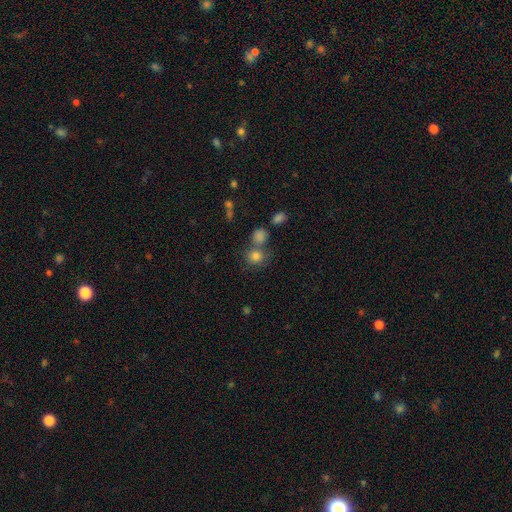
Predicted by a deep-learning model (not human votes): The model was most divided on "merging": none: 60%, merger: 25%, minor disturbance: 10%, major disturbance: 5%. More confident: how rounded — round (82%); smooth or featured — smooth (77%).